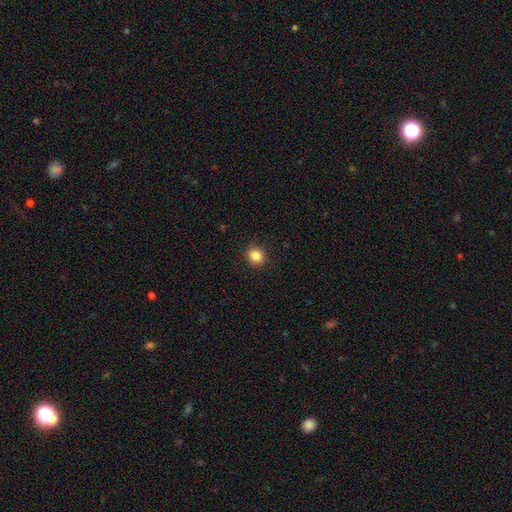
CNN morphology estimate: smooth-or-featured: smooth: 85% | star or artifact: 11% | featured or disk: 4%
  how-rounded: round: 85% | in between: 14% | cigar-shaped: 1%
  merging: none: 92% | minor disturbance: 6% | major disturbance: 2% | merger: 1%